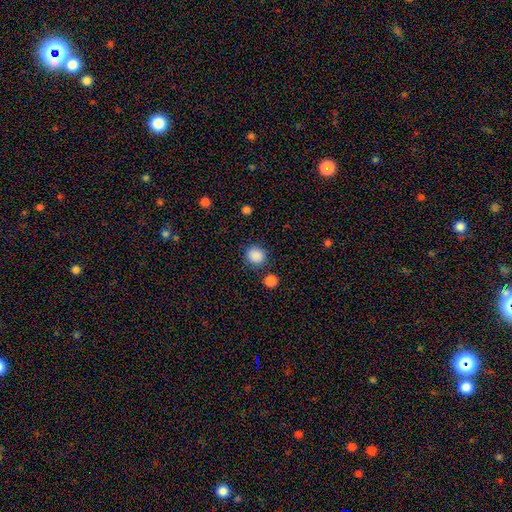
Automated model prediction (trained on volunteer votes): smooth-or-featured: smooth: 88% | star or artifact: 10% | featured or disk: 3%
  how-rounded: round: 86% | in between: 13% | cigar-shaped: 1%
  merging: none: 85% | minor disturbance: 8% | merger: 4% | major disturbance: 3%